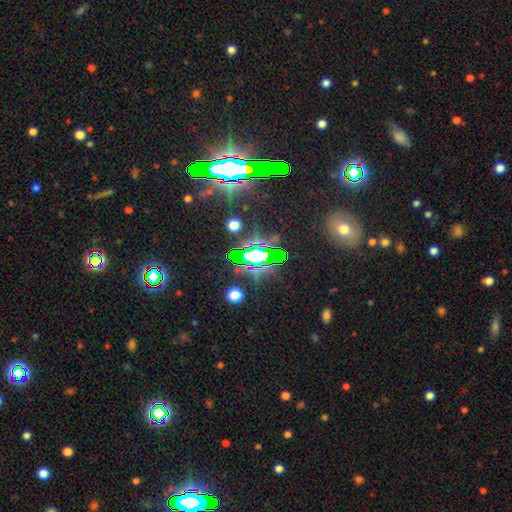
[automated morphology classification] star or artifact 71%, smooth 16%, featured or disk 13%.